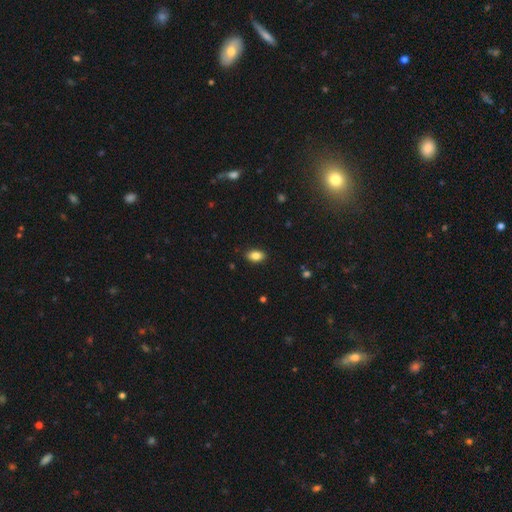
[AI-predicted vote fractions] This is clearly a smooth galaxy (85%). How rounded: clearly in between (89%). Merging: clearly none (88%).